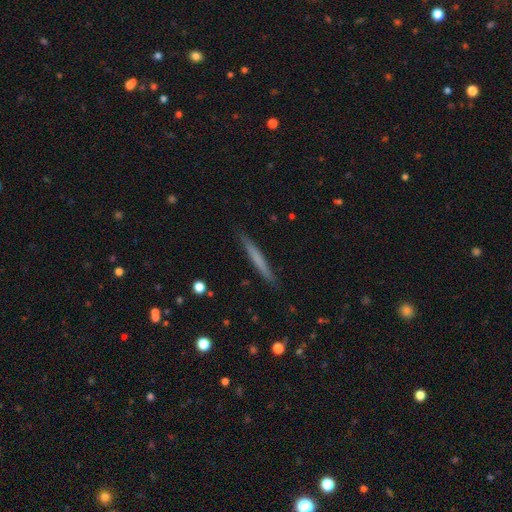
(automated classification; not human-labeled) Smooth or featured? Predicted: smooth (p=0.61). How rounded? Predicted: cigar-shaped (p=0.97). Merging? Predicted: none (p=0.90).